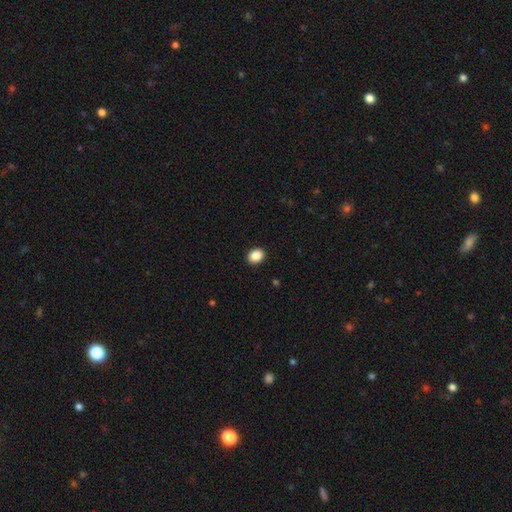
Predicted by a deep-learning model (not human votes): This is clearly a smooth galaxy (88%). How rounded: possibly in between (52%). Merging: clearly none (92%).